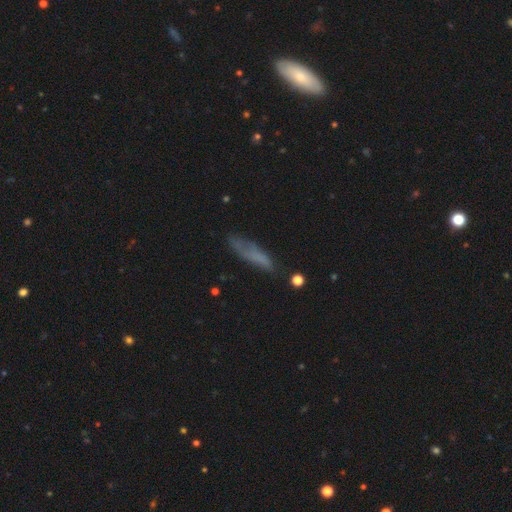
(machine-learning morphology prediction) type=smooth (62%); roundness=cigar-shaped (69%); merging=none (59%).